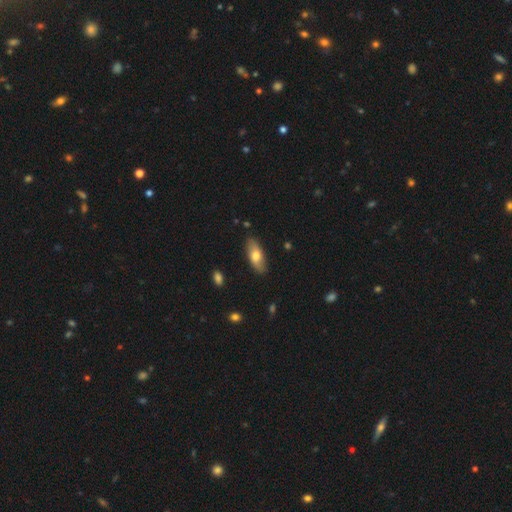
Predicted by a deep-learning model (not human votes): Smooth or featured: smooth — 70% (featured or disk — 25%)
How rounded: in between — 79% (cigar-shaped — 18%)
Merging: none — 86% (minor disturbance — 11%)